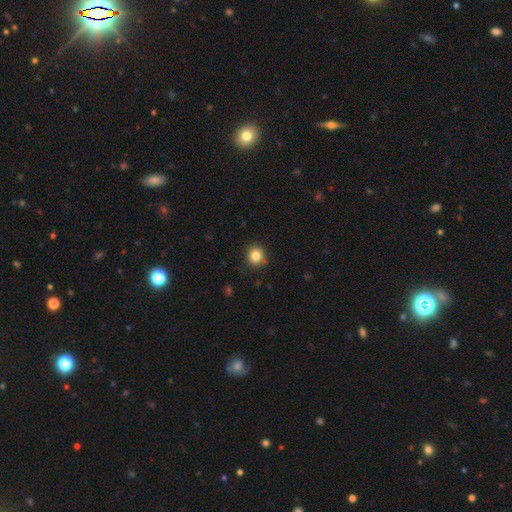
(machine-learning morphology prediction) Smooth or featured: smooth — 85% (star or artifact — 10%)
How rounded: round — 91% (in between — 8%)
Merging: none — 89% (minor disturbance — 8%)